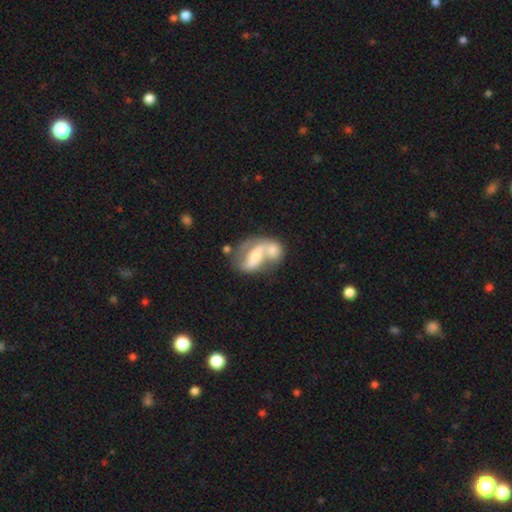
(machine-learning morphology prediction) smooth-or-featured: featured or disk: 65% | smooth: 28% | star or artifact: 7%
  disk-edge-on: no: 95% | yes: 5%
    bar: no: 37% | weak: 32% | strong: 31%
    has-spiral-arms: yes: 68% | no: 32%
    bulge-size: moderate: 47% | small: 30% | large: 12% | none: 9% | dominant: 2%
  merging: merger: 51% | none: 25% | major disturbance: 12% | minor disturbance: 12%